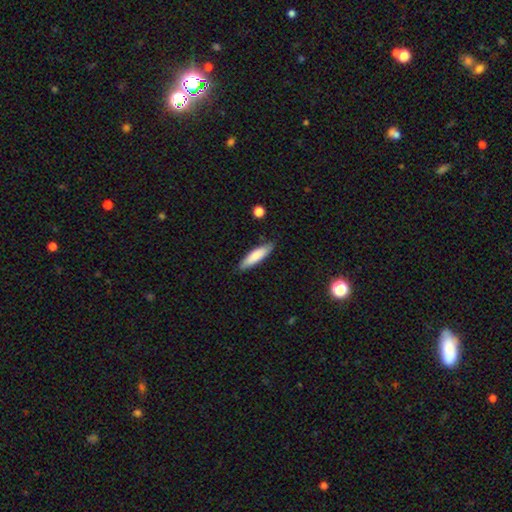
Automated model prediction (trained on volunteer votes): This is clearly a smooth galaxy (80%). How rounded: likely cigar-shaped (70%). Merging: clearly none (85%).